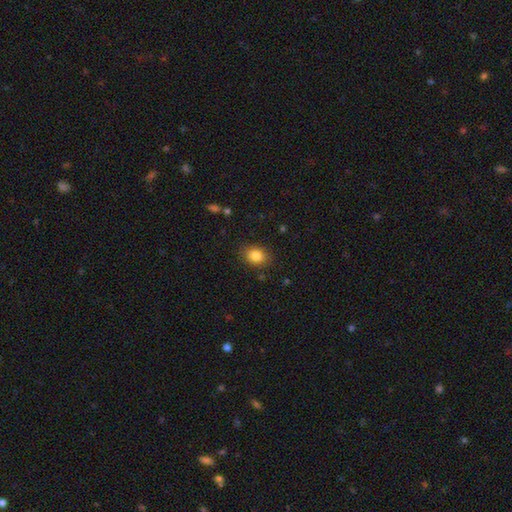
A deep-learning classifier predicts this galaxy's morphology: Smooth or featured?
  - smooth: 86% *
  - star or artifact: 9%
  - featured or disk: 5%
How rounded?
  - in between: 52% *
  - round: 47%
  - cigar-shaped: 1%
Merging?
  - none: 83% *
  - minor disturbance: 12%
  - major disturbance: 3%
  - merger: 1%